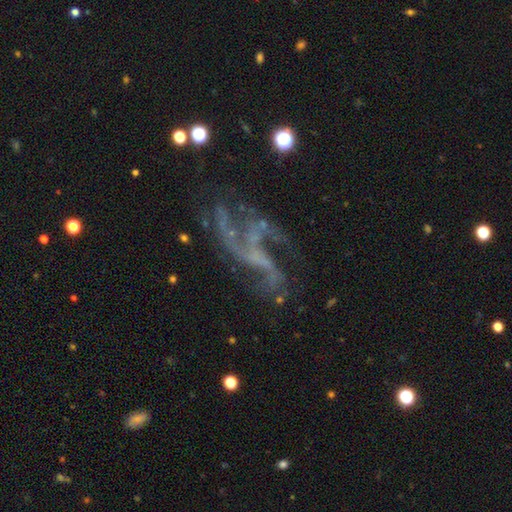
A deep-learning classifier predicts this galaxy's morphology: This appears to be a featured or disk galaxy (76%) with no bar (58%), 3 (27%) loose (67%) spiral arms (83%) and no central bulge (70%). Merging: none (47%).